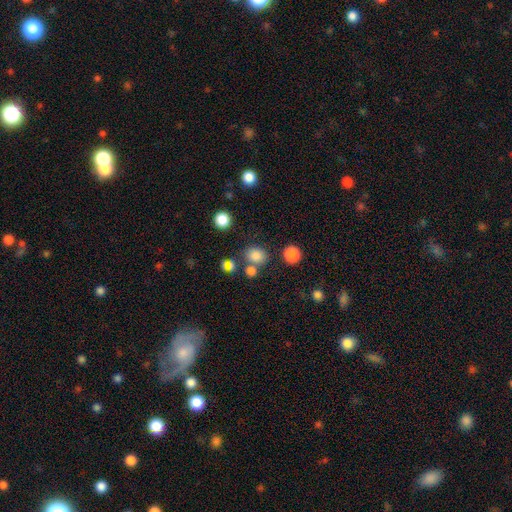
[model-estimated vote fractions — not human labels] Smooth or featured?
  - smooth: 79% *
  - star or artifact: 15%
  - featured or disk: 6%
How rounded?
  - round: 65% *
  - in between: 34%
  - cigar-shaped: 1%
Merging?
  - none: 69% *
  - merger: 17%
  - minor disturbance: 11%
  - major disturbance: 4%